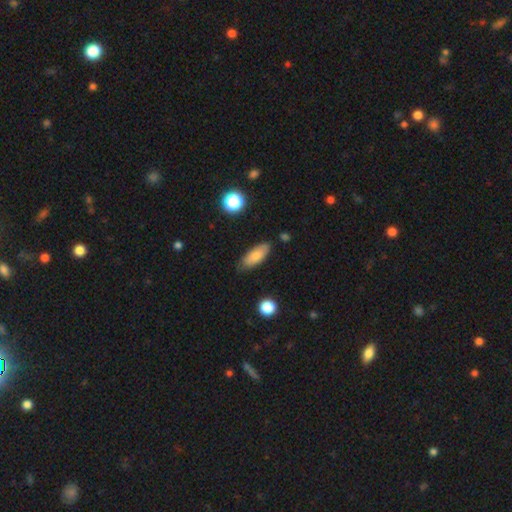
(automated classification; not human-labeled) smooth_or_featured: smooth (p=0.79) [alt: featured or disk p=0.14]
how_rounded: in between (p=0.72) [alt: cigar-shaped p=0.25]
merging: none (p=0.78) [alt: minor disturbance p=0.17]